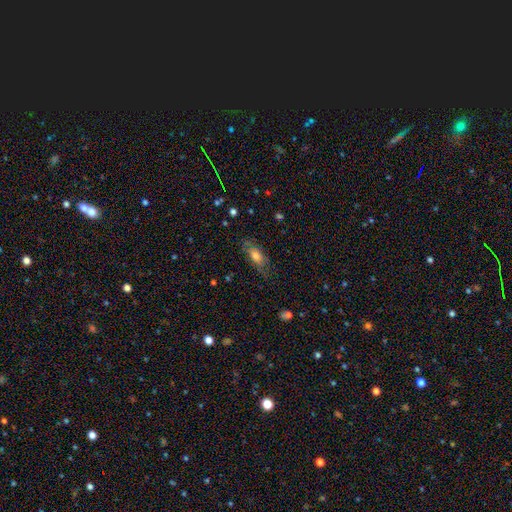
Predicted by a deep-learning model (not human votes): smooth_or_featured: smooth (p=0.54) [alt: featured or disk p=0.35]
how_rounded: in between (p=0.71) [alt: cigar-shaped p=0.24]
merging: none (p=0.68) [alt: minor disturbance p=0.21]